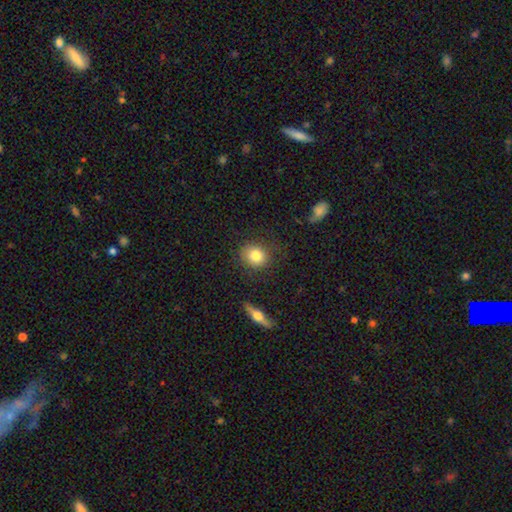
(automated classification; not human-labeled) This is clearly a smooth galaxy (81%). How rounded: likely round (76%). Merging: clearly none (81%).